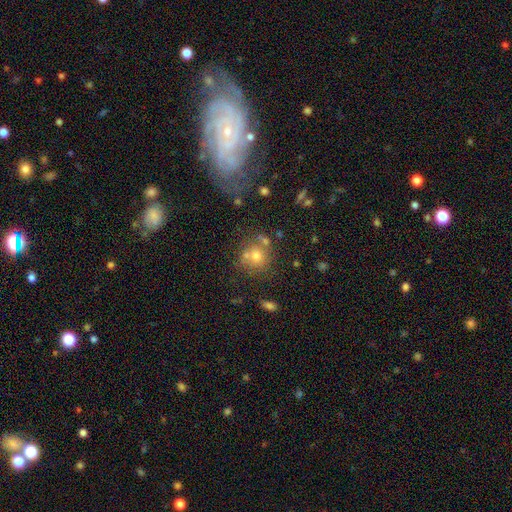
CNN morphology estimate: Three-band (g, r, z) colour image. It shows a smooth galaxy with no disk features (63%) that is round (84%). Merging: none (58%).